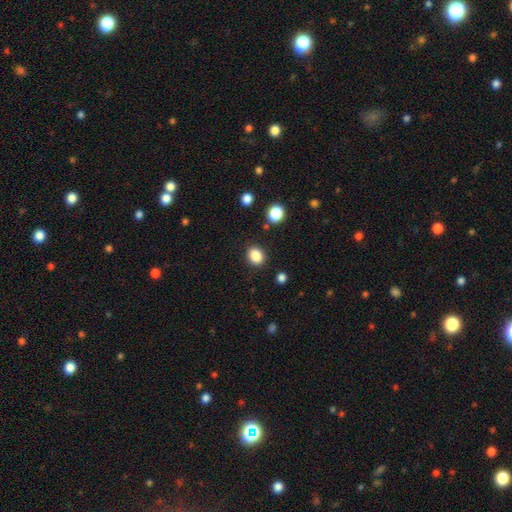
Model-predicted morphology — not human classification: smooth 86%, star or artifact 10%, featured or disk 4%. Down the decision tree: how rounded — round (56%); merging — none (86%).